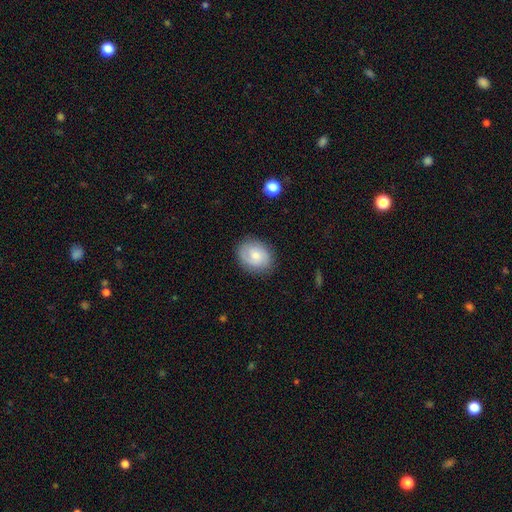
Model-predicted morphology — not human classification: This is possibly a smooth galaxy (58%). How rounded: possibly round (52%). Merging: clearly none (83%).